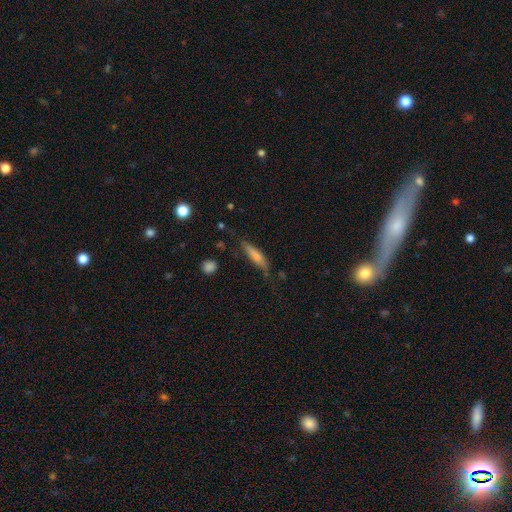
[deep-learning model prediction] Overall: smooth (64%; featured or disk 29%). How rounded: cigar-shaped (77%). Merging: none (70%).